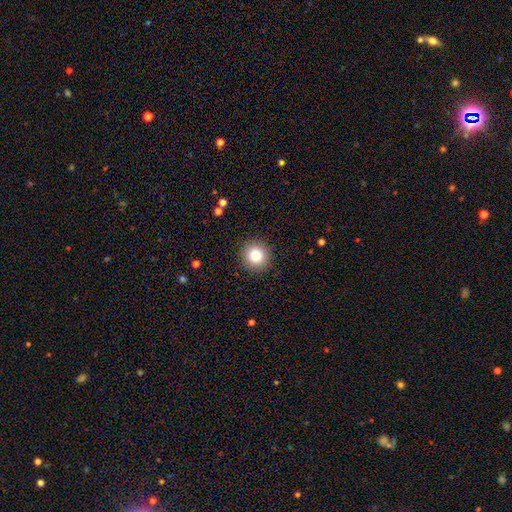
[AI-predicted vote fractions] smooth-or-featured: smooth: 83% | star or artifact: 10% | featured or disk: 7%
  how-rounded: round: 92% | in between: 7% | cigar-shaped: 1%
  merging: none: 90% | minor disturbance: 6% | major disturbance: 2% | merger: 1%